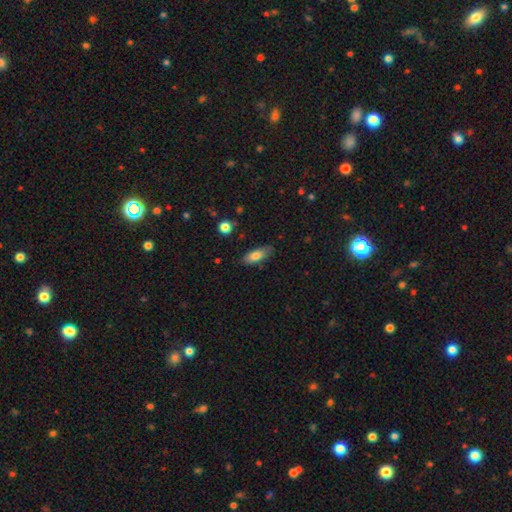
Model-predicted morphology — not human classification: This is likely a smooth galaxy (77%). How rounded: likely in between (76%). Merging: likely none (78%).